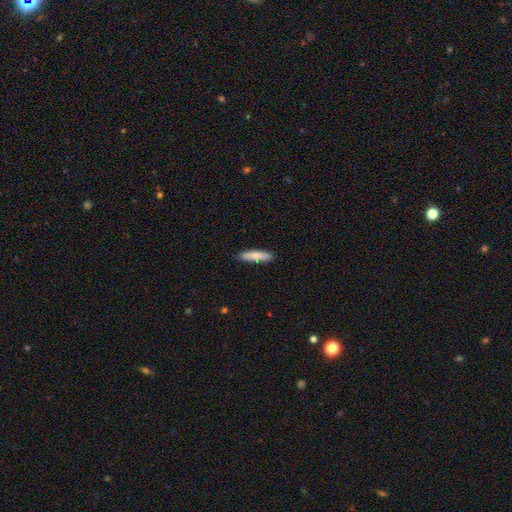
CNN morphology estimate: This appears to be a smooth galaxy with no disk features (83%) that is cigar-shaped (74%). Merging: none (89%).